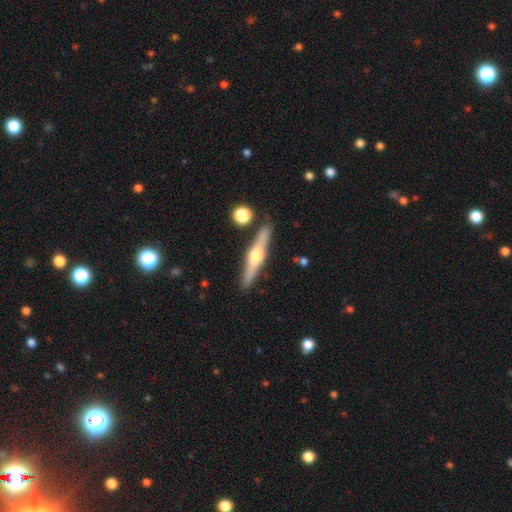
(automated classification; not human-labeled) A featured or disk galaxy (68%) viewed edge-on (96%) with a rounded central bulge (95%).

Vote fractions:
- Smooth or featured? featured or disk: 68% / smooth: 27% / star or artifact: 5%
- Edge-on disk? yes: 96% / no: 4%
- Edge-on bulge? rounded: 95% / boxy: 3% / none: 2%
- Merging? none: 87% / minor disturbance: 8% / merger: 3% / major disturbance: 2%